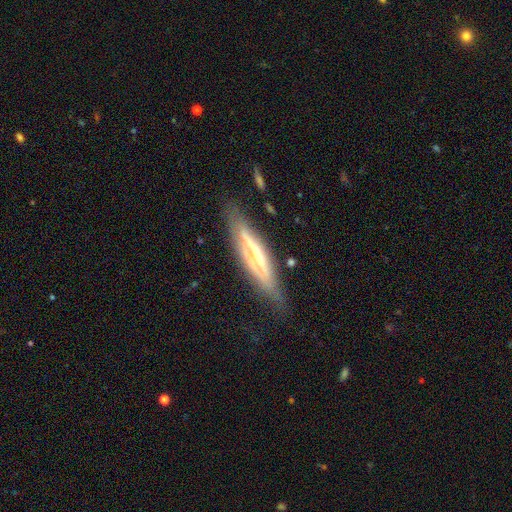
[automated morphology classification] This is likely a featured or disk galaxy (67%). It is clearly viewed edge-on (88%). Edge-on bulge: possibly rounded (45%). Merging: likely none (74%).